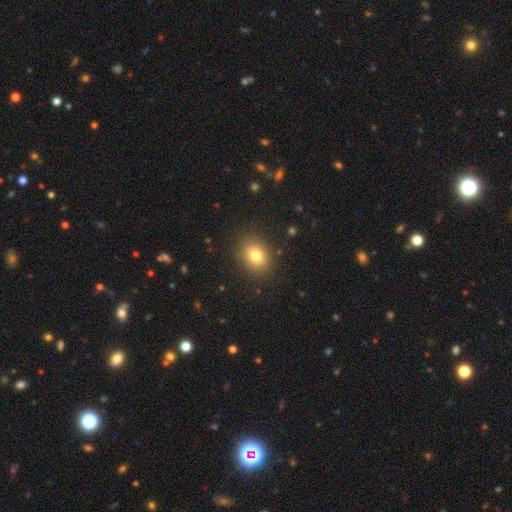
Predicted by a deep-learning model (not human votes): The model was most divided on "how rounded": in between: 52%, round: 47%, cigar-shaped: 1%. More confident: merging — none (86%); smooth or featured — smooth (79%).